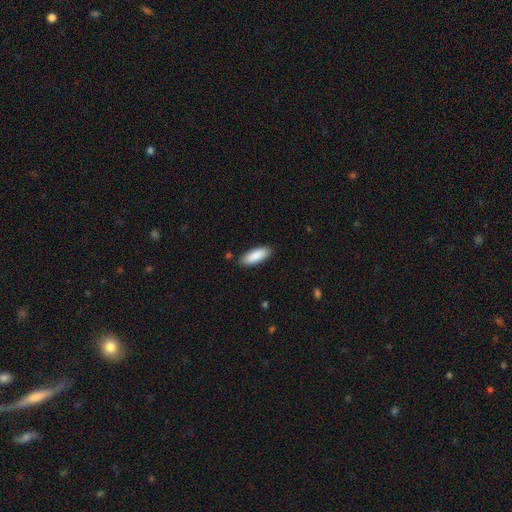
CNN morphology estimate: smooth 89%, star or artifact 6%, featured or disk 6%. Down the decision tree: how rounded — in between (75%); merging — none (86%).